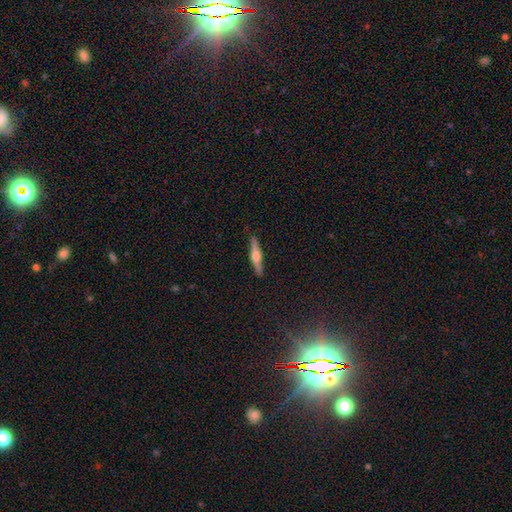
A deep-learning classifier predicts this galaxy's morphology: Smooth or featured?
  - featured or disk: 69% *
  - smooth: 25%
  - star or artifact: 6%
Edge-on disk?
  - yes: 98% *
  - no: 2%
Edge-on bulge?
  - rounded: 88% *
  - boxy: 9%
  - none: 3%
Merging?
  - none: 90% *
  - minor disturbance: 7%
  - major disturbance: 2%
  - merger: 1%